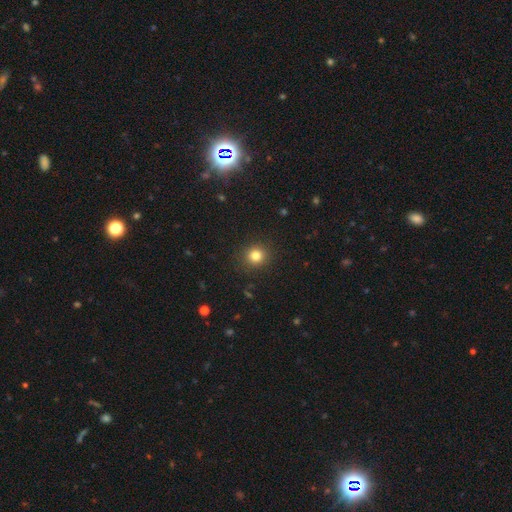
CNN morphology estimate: A smooth galaxy with no disk features (81%) that is round (88%).

Vote fractions:
- Smooth or featured? smooth: 81% / star or artifact: 13% / featured or disk: 6%
- How rounded? round: 88% / in between: 11% / cigar-shaped: 1%
- Merging? none: 90% / minor disturbance: 7% / major disturbance: 3% / merger: 1%